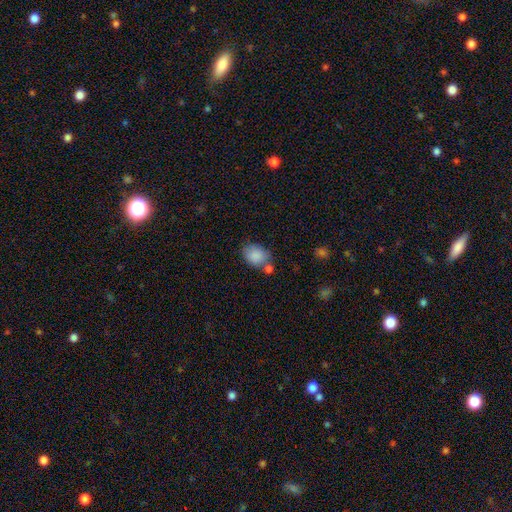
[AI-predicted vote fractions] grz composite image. It shows a smooth galaxy with no disk features (87%) that is in between round and cigar-shaped (68%). Merging: none (59%).